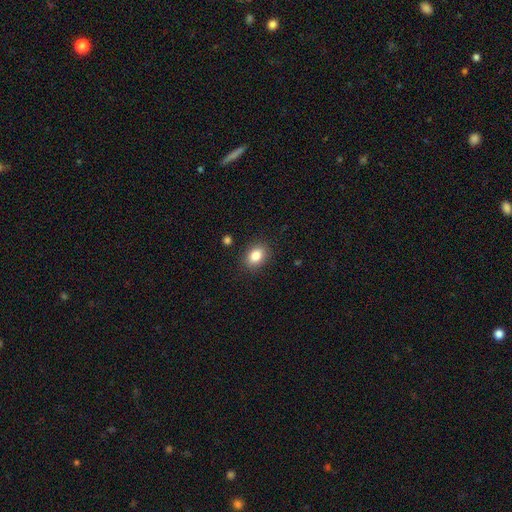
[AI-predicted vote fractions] This appears to be a smooth galaxy with no disk features (84%) that is in between round and cigar-shaped (68%). Merging: none (88%).